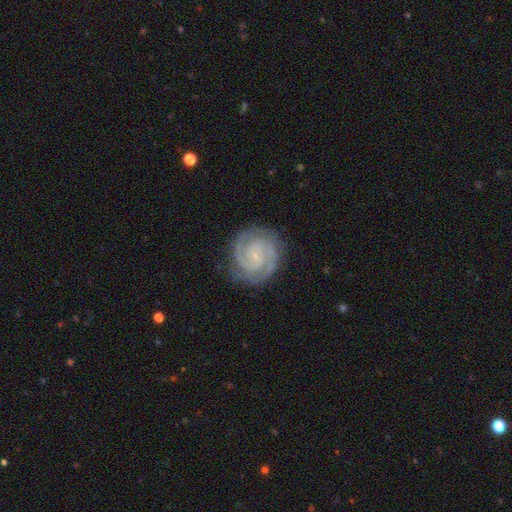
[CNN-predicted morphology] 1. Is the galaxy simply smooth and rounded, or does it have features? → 91% featured or disk, 4% star or artifact, 4% smooth.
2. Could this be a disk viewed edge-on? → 98% no, 2% yes.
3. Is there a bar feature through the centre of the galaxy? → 65% no, 27% weak, 8% strong.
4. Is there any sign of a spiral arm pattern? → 99% yes, 1% no.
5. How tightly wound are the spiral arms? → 71% tight, 26% medium, 3% loose.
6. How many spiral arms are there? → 78% 2, 11% 3, 4% can't tell, 2% 4, 2% 1, 2% more than 4.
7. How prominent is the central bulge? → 84% small, 8% moderate, 7% none, 1% large, 1% dominant.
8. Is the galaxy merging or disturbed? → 85% none, 11% minor disturbance, 3% major disturbance, 1% merger.